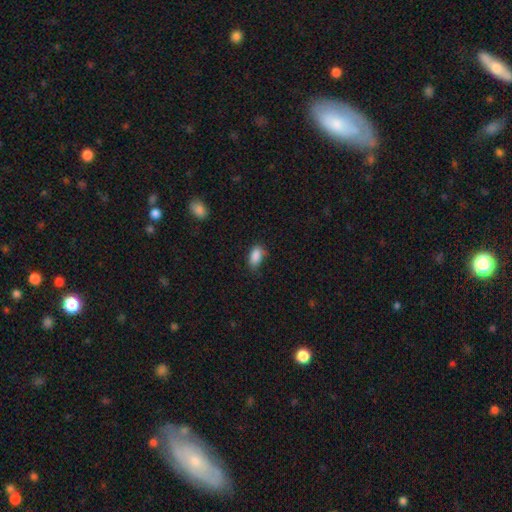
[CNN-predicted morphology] type=smooth (88%); roundness=in between (90%); merging=none (67%).